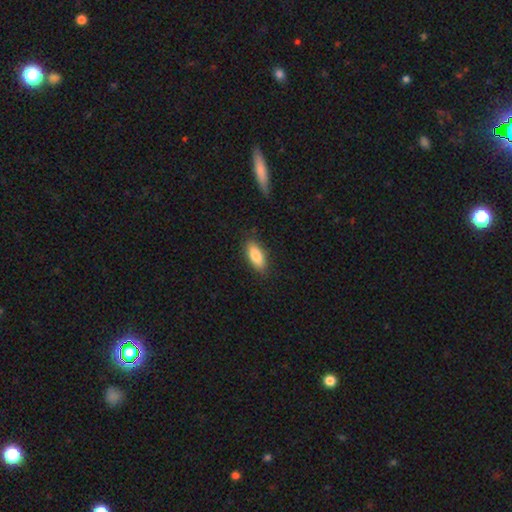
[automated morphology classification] Overall: smooth (81%). How rounded: in between (75%). Merging: none (85%).